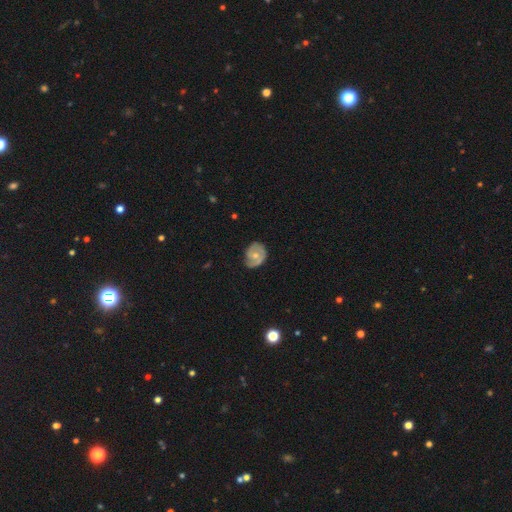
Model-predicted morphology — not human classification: Smooth or featured? featured or disk (67%)
Edge-on disk? no (97%)
Bar? no (67%)
Spiral arms? yes (84%)
Spiral winding? tight (43%)
Spiral arm count? 2 (56%)
Bulge size? moderate (50%)
Merging? none (59%)